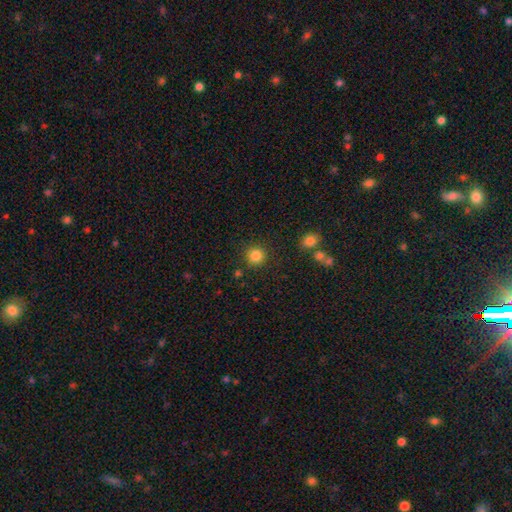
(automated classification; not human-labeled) Morphology: type=smooth (84%); roundness=round (93%); merging=none (88%).